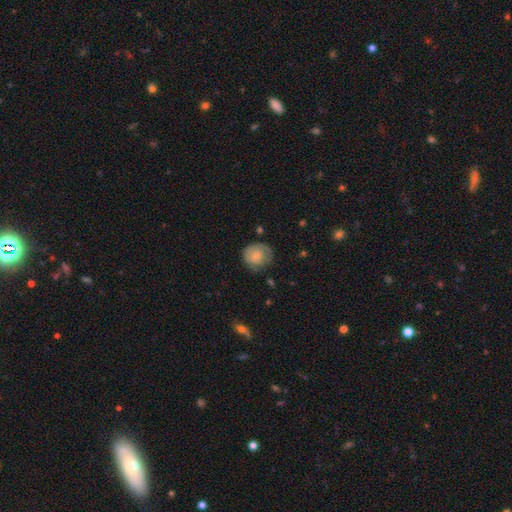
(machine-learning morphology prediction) smooth 67%, featured or disk 26%, star or artifact 7%. Down the decision tree: how rounded — round (82%); merging — none (64%).